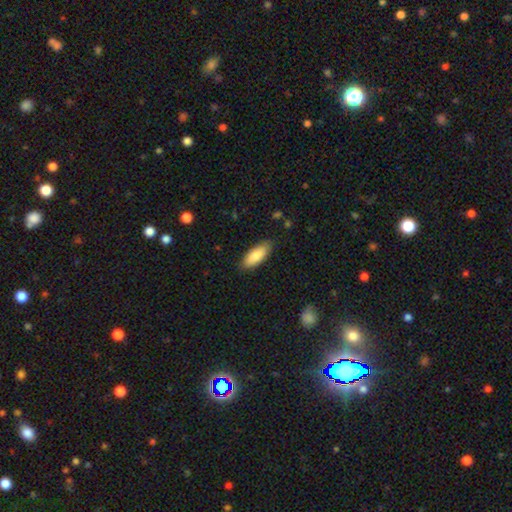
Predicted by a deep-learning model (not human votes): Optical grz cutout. It shows a smooth galaxy with no disk features (84%) that is in between round and cigar-shaped (75%). Merging: none (84%).